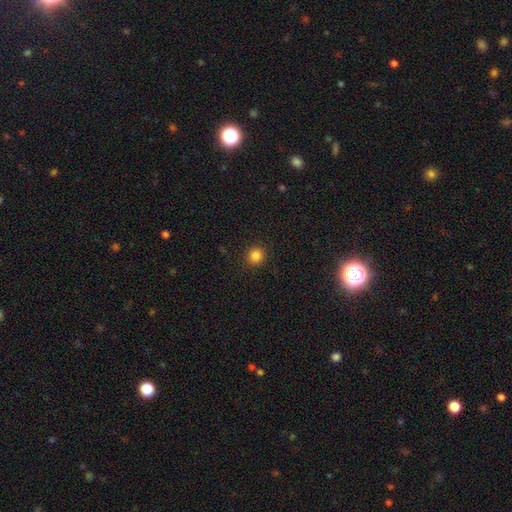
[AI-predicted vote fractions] Smooth or featured?
  - smooth: 84% *
  - star or artifact: 12%
  - featured or disk: 4%
How rounded?
  - round: 91% *
  - in between: 8%
  - cigar-shaped: 1%
Merging?
  - none: 92% *
  - minor disturbance: 5%
  - major disturbance: 2%
  - merger: 1%